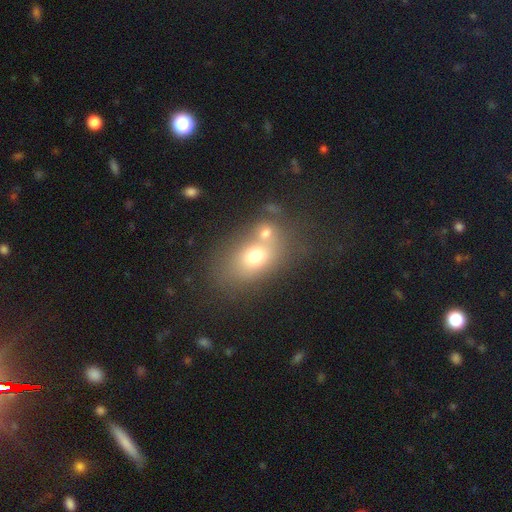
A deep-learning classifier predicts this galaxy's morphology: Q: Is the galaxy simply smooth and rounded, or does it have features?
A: smooth — 67%.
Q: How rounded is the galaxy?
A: in between — 71%.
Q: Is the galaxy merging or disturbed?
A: none — 44%.